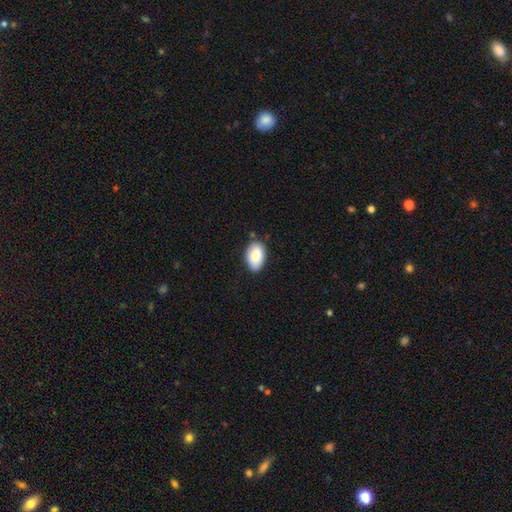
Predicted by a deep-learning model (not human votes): The model was most divided on "merging": none: 79%, minor disturbance: 16%, major disturbance: 3%, merger: 2%. More confident: how rounded — in between (92%); smooth or featured — smooth (88%).